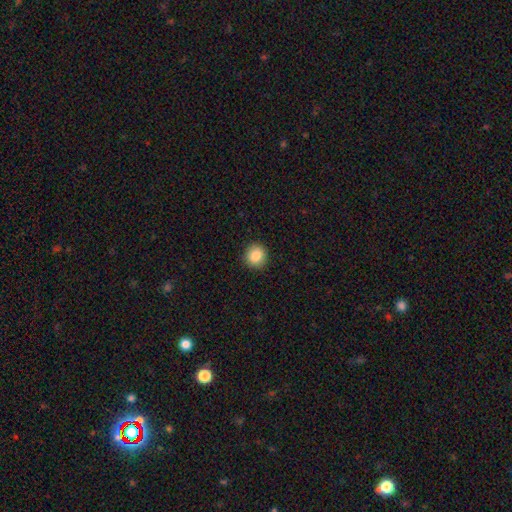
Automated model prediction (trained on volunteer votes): Morphology: type=smooth (86%); roundness=round (87%); merging=none (91%).